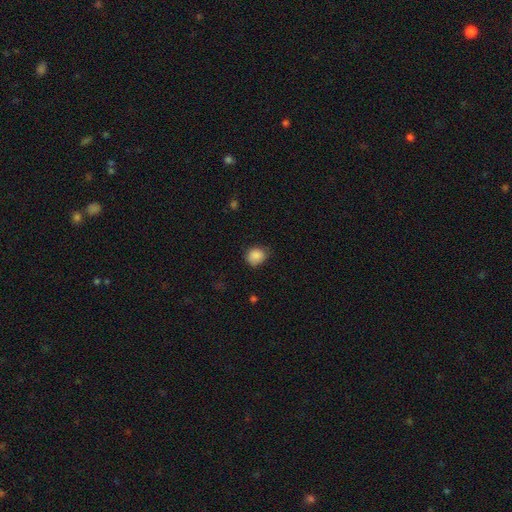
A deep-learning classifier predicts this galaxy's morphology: The model was most divided on "how rounded": round: 66%, in between: 33%, cigar-shaped: 1%. More confident: smooth or featured — smooth (87%); merging — none (68%).